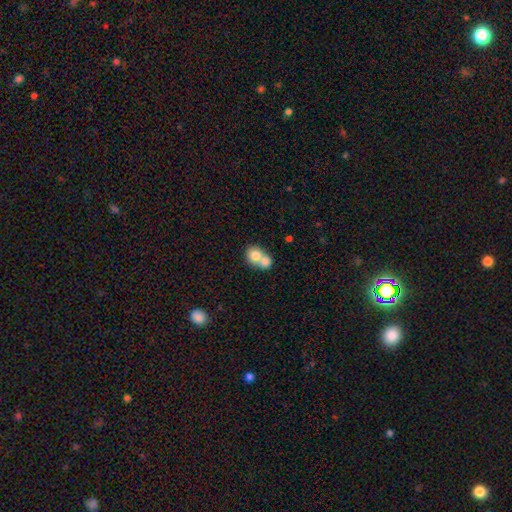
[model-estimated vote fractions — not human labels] This is likely a smooth galaxy (75%). How rounded: likely round (70%). Merging: likely merger (69%).